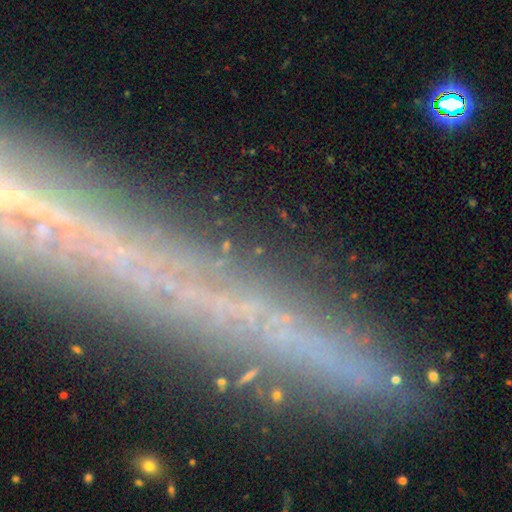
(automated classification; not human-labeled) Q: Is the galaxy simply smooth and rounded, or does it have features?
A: star or artifact — 43%.